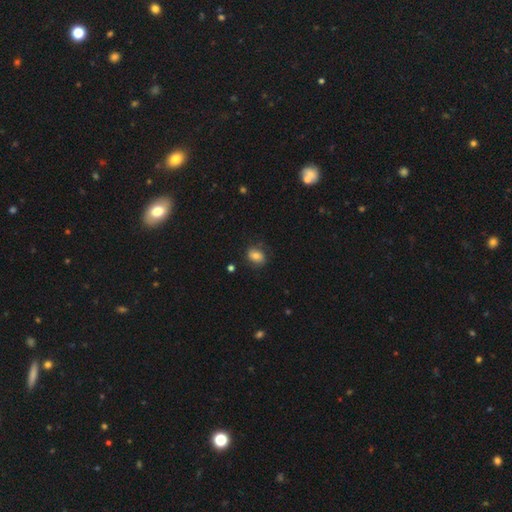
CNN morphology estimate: This appears to be a smooth galaxy with no disk features (76%) that is in between round and cigar-shaped (64%). Merging: none (72%).